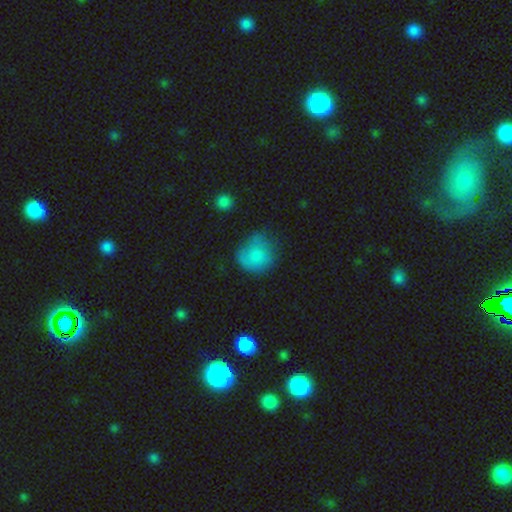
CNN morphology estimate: Smooth or featured?
  - smooth: 76% *
  - featured or disk: 14%
  - star or artifact: 9%
How rounded?
  - round: 81% *
  - in between: 18%
  - cigar-shaped: 1%
Merging?
  - none: 47% *
  - minor disturbance: 32%
  - major disturbance: 18%
  - merger: 4%